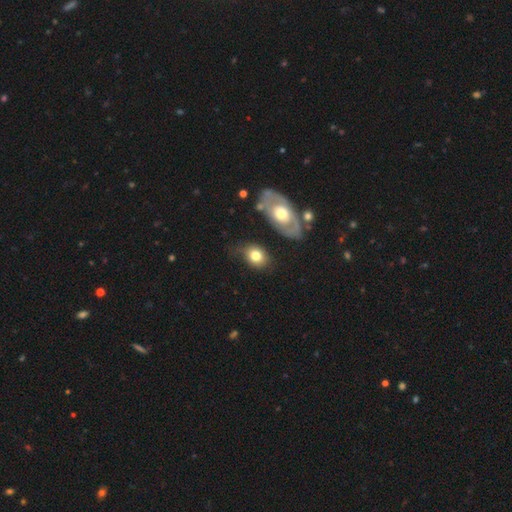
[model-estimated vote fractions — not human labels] Morphology: type=smooth (74%); roundness=in between (60%); merging=none (66%).